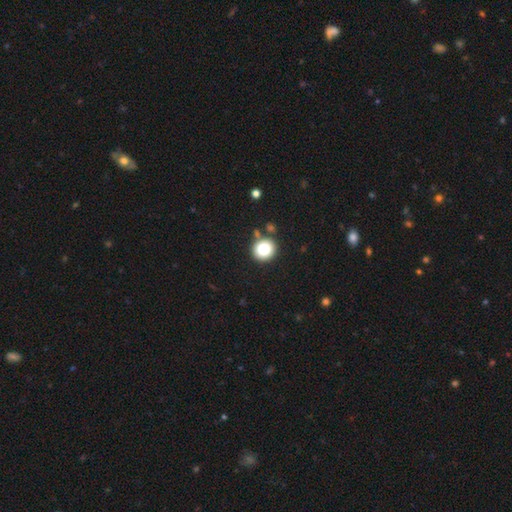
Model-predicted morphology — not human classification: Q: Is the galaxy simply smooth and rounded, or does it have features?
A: star or artifact — 57%.